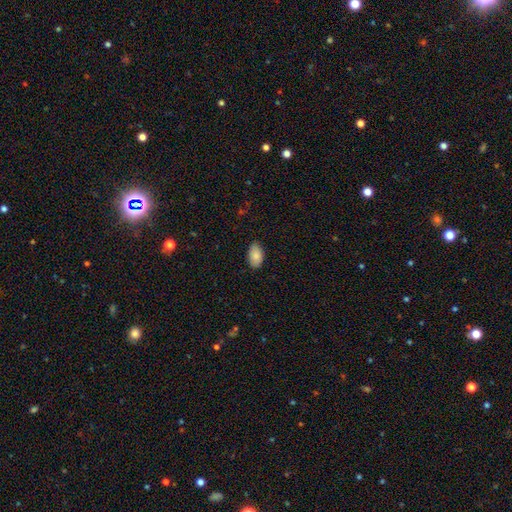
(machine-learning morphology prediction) Smooth or featured? smooth (85%)
How rounded? in between (95%)
Merging? none (85%)